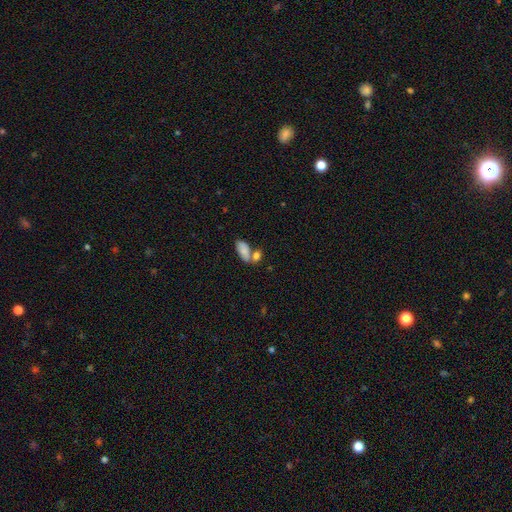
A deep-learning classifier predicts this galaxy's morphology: Smooth or featured? Predicted: smooth (p=0.82). How rounded? Predicted: in between (p=0.88). Merging? Predicted: merger (p=0.45).